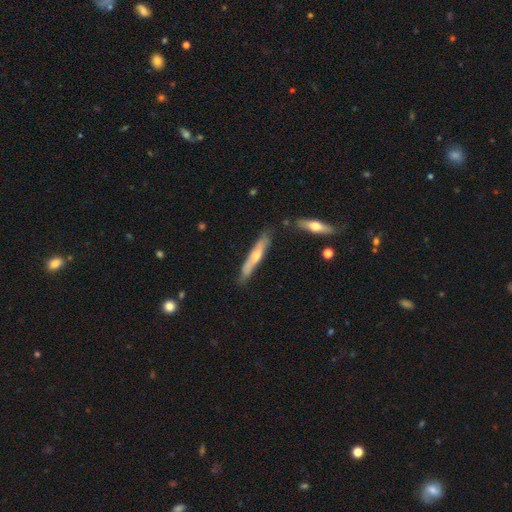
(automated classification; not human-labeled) Morphology: type=featured or disk (51%); edge-on=yes (87%); merging=none (78%).